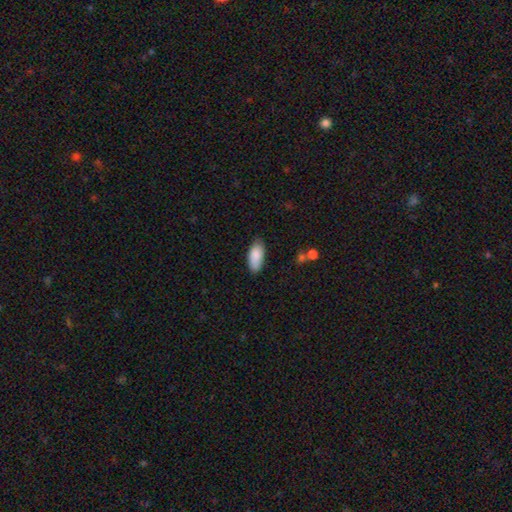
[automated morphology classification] This is clearly a smooth galaxy (88%). How rounded: clearly in between (88%). Merging: likely none (77%).